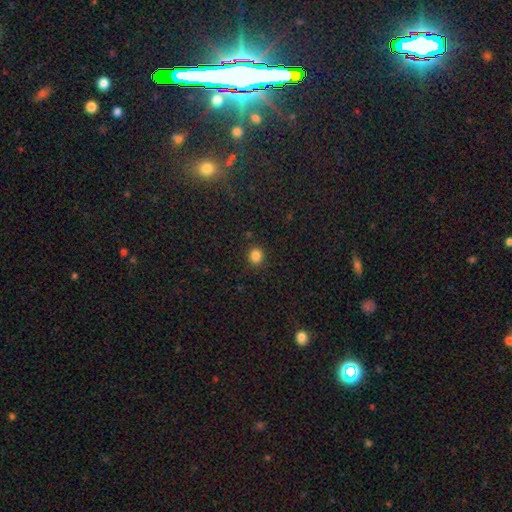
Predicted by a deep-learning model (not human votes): Overall: smooth (84%). How rounded: round (83%). Merging: none (90%).